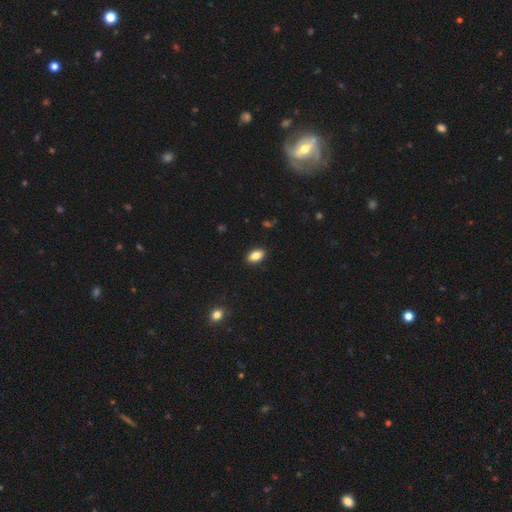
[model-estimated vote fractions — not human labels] Smooth or featured: smooth — 86% (star or artifact — 8%)
How rounded: in between — 91% (round — 6%)
Merging: none — 89% (minor disturbance — 8%)